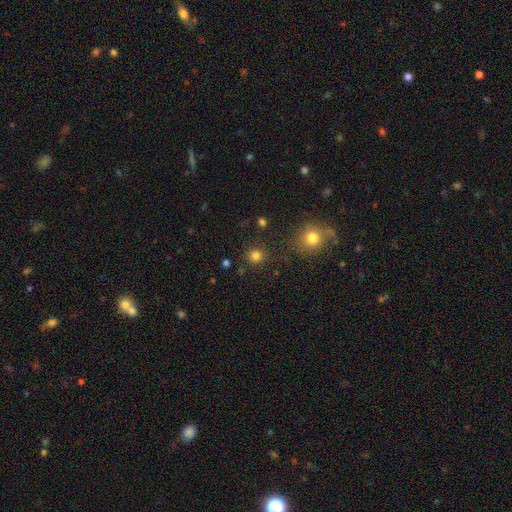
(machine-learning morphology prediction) Smooth or featured: smooth — 80% (star or artifact — 15%)
How rounded: round — 92% (in between — 7%)
Merging: none — 87% (minor disturbance — 7%)